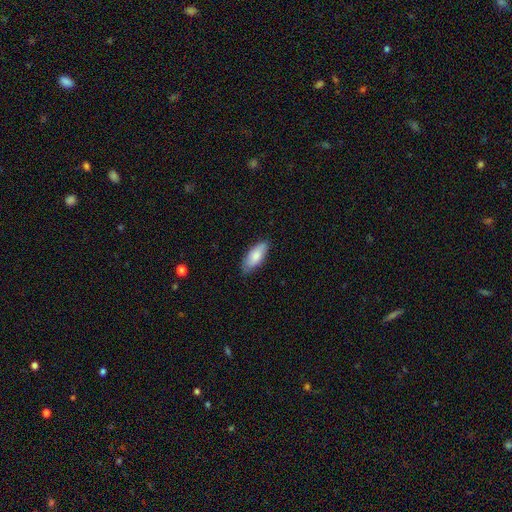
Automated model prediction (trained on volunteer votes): smooth 79%, featured or disk 15%, star or artifact 6%. Down the decision tree: how rounded — in between (79%); merging — none (80%).